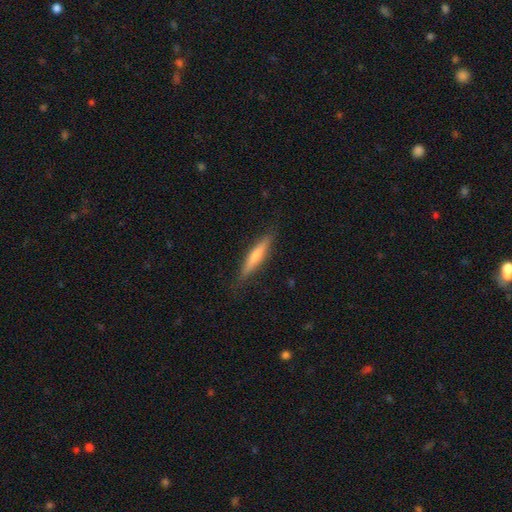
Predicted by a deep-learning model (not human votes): smooth_or_featured: smooth (p=0.50) [alt: featured or disk p=0.44]
merging: none (p=0.87) [alt: minor disturbance p=0.10]